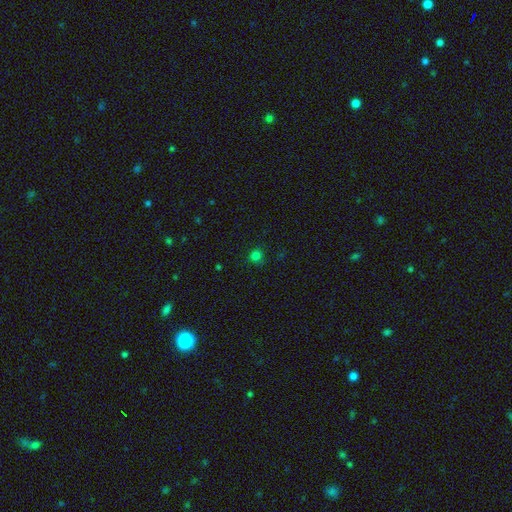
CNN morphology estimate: Q: Smooth or featured?
A: smooth (77%); runner-up: star or artifact (20%)
Q: How rounded?
A: round (91%); runner-up: in between (8%)
Q: Merging?
A: none (87%); runner-up: minor disturbance (9%)